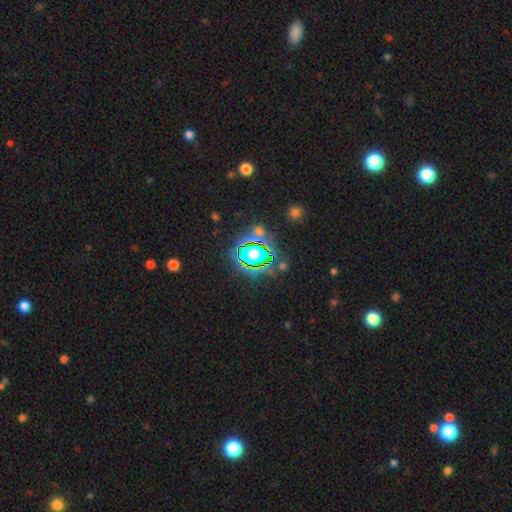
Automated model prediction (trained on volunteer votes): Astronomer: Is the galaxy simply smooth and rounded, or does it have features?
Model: star or artifact — 64%.